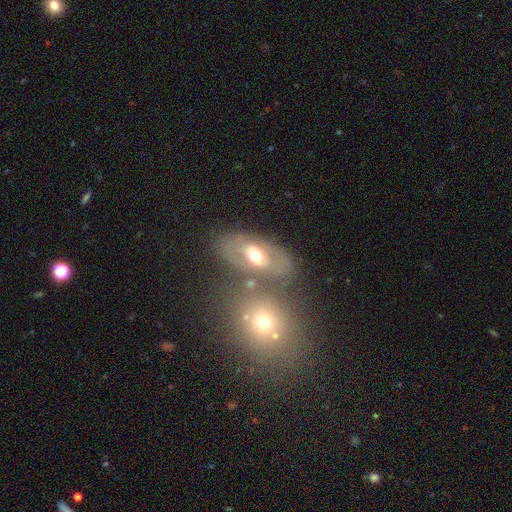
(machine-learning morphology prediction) Overall: featured or disk (50%; smooth 41%). Merging: none (55%; merger 22%).